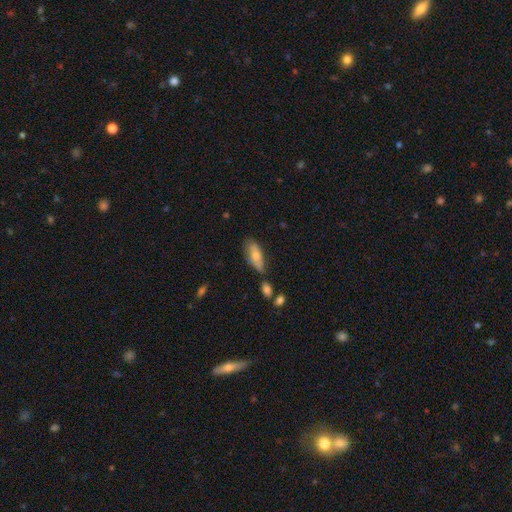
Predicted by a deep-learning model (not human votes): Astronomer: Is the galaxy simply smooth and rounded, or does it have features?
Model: smooth — 69%.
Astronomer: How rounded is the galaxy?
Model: in between — 77%.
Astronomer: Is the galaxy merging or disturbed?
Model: none — 62%.